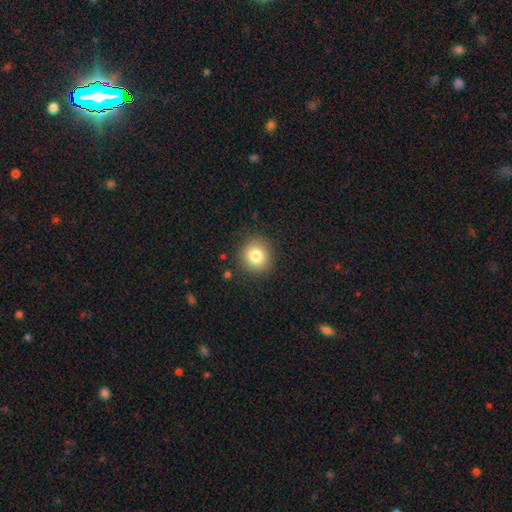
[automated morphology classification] smooth_or_featured: smooth (p=0.81) [alt: star or artifact p=0.11]
how_rounded: round (p=0.89) [alt: in between p=0.10]
merging: none (p=0.88) [alt: minor disturbance p=0.08]